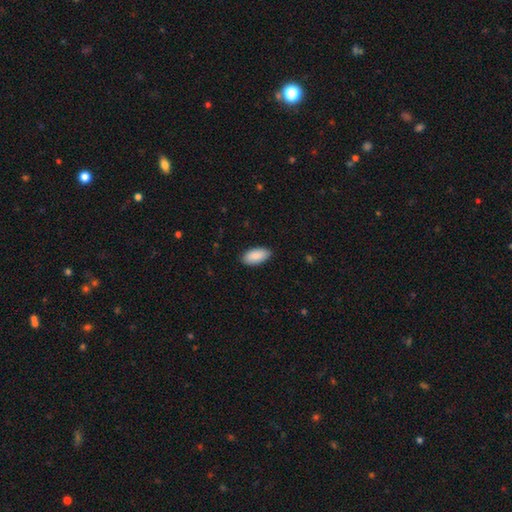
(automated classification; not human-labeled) Overall: smooth (90%). How rounded: in between (94%). Merging: none (86%).